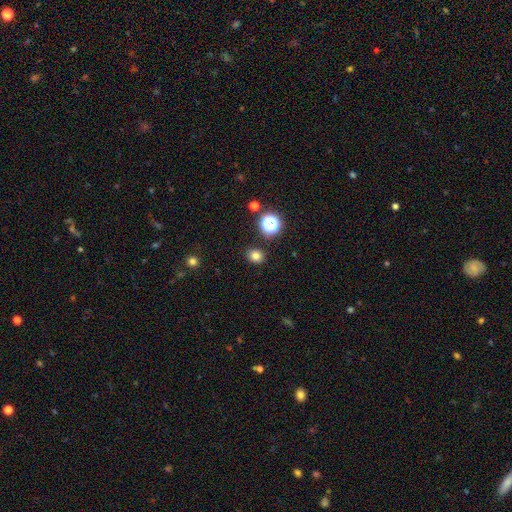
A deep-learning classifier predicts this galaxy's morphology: Smooth or featured? Predicted: smooth (p=0.78). How rounded? Predicted: round (p=0.70). Merging? Predicted: none (p=0.89).